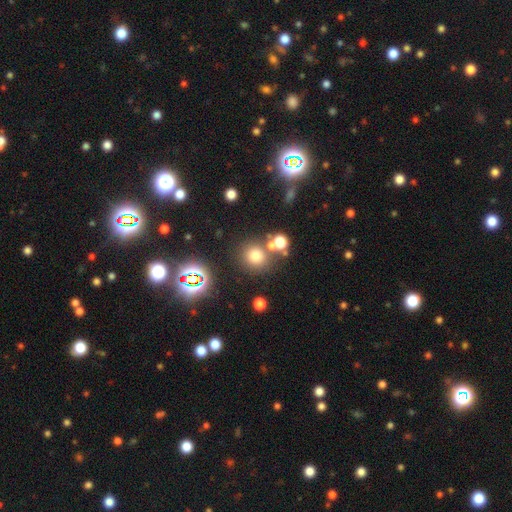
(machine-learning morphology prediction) smooth-or-featured: smooth: 71% | star or artifact: 21% | featured or disk: 9%
  how-rounded: round: 88% | in between: 11% | cigar-shaped: 1%
  merging: none: 71% | merger: 16% | minor disturbance: 9% | major disturbance: 4%